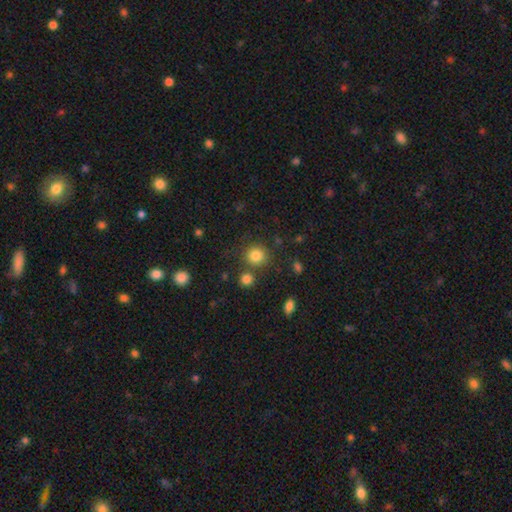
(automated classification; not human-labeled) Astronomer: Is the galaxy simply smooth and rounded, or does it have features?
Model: smooth — 82%.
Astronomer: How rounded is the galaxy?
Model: round — 89%.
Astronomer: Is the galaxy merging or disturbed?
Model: none — 77%.